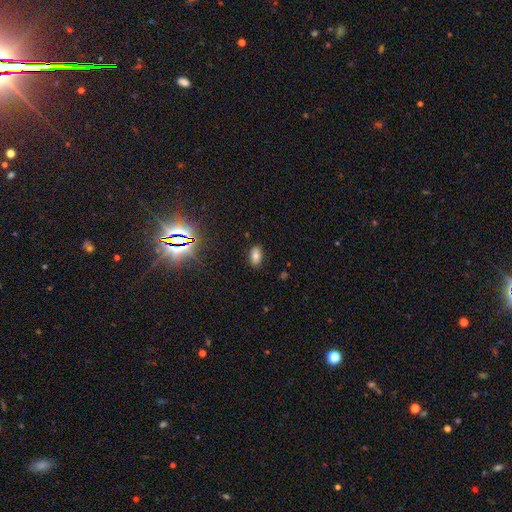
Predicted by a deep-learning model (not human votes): smooth-or-featured: smooth: 70% | star or artifact: 19% | featured or disk: 11%
  how-rounded: in between: 90% | round: 8% | cigar-shaped: 2%
  merging: none: 85% | minor disturbance: 11% | major disturbance: 3% | merger: 1%